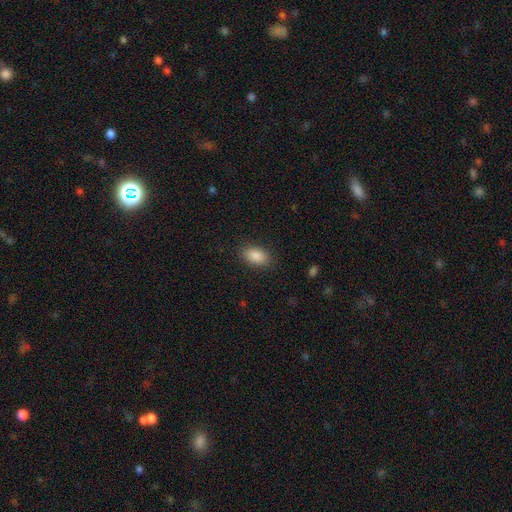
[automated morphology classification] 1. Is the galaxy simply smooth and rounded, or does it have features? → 88% smooth, 7% star or artifact, 5% featured or disk.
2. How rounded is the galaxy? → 91% in between, 7% round, 2% cigar-shaped.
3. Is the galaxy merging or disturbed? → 87% none, 9% minor disturbance, 3% major disturbance, 1% merger.